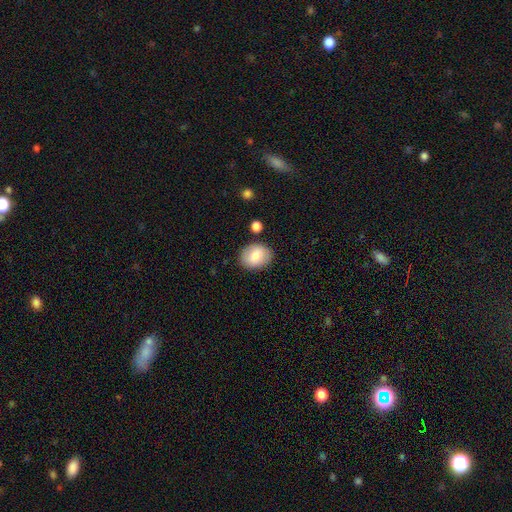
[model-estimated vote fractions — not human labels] Smooth or featured? Predicted: smooth (p=0.78). How rounded? Predicted: in between (p=0.61). Merging? Predicted: none (p=0.82).